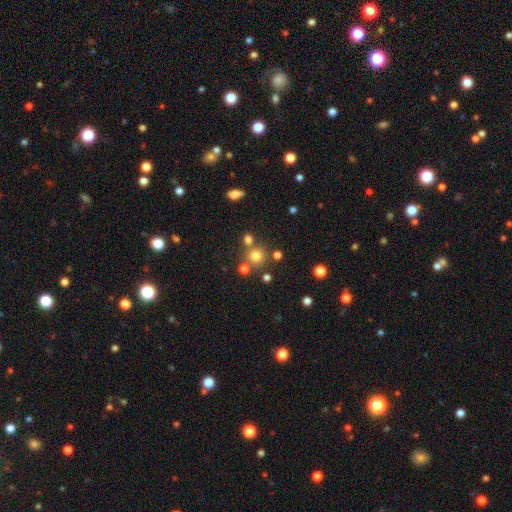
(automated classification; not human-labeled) A smooth galaxy with no disk features (74%) that is round (90%).

Vote fractions:
- Smooth or featured? smooth: 74% / star or artifact: 18% / featured or disk: 8%
- How rounded? round: 90% / in between: 9% / cigar-shaped: 1%
- Merging? none: 70% / merger: 18% / minor disturbance: 9% / major disturbance: 4%